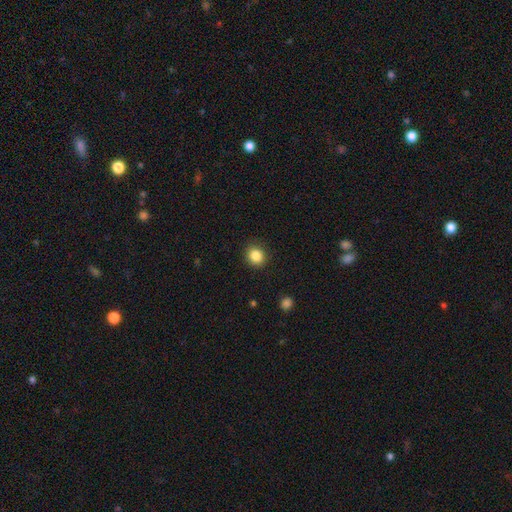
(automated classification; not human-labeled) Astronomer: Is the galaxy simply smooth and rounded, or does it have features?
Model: smooth — 85%.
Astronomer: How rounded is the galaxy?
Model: round — 83%.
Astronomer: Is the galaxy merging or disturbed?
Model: none — 89%.